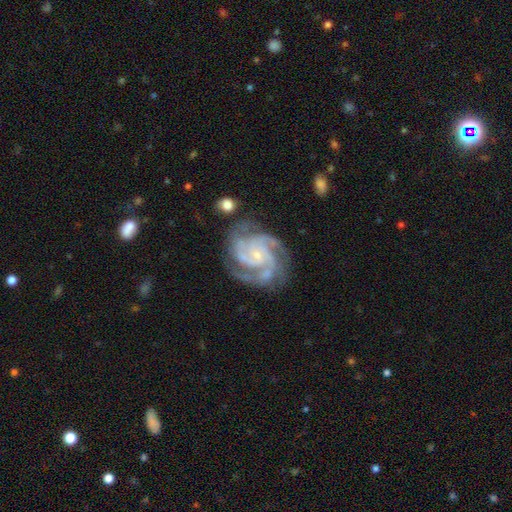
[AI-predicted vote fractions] Smooth or featured? featured or disk (92%)
Edge-on disk? no (98%)
Bar? no (66%)
Spiral arms? yes (99%)
Spiral winding? tight (59%)
Spiral arm count? 3 (46%)
Bulge size? small (80%)
Merging? none (73%)